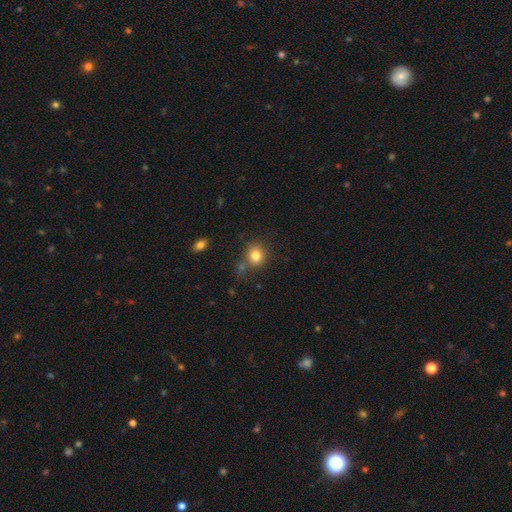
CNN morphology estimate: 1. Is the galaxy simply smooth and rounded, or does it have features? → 82% smooth, 11% star or artifact, 7% featured or disk.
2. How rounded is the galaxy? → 77% round, 22% in between, 1% cigar-shaped.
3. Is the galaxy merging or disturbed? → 71% none, 13% minor disturbance, 12% merger, 5% major disturbance.